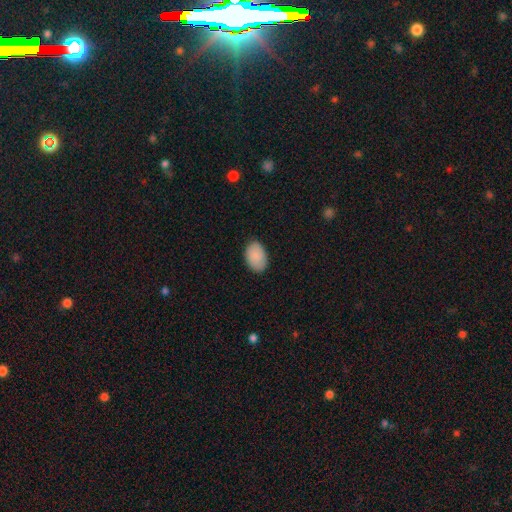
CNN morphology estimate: smooth_or_featured: smooth (p=0.89) [alt: star or artifact p=0.06]
how_rounded: in between (p=0.88) [alt: round p=0.11]
merging: none (p=0.86) [alt: minor disturbance p=0.11]